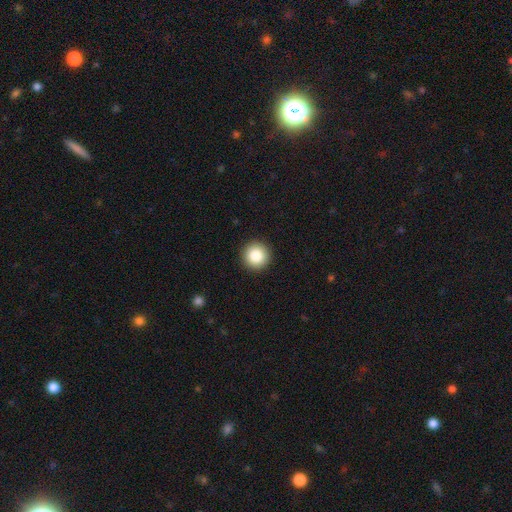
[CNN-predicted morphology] Smooth or featured: smooth — 86% (star or artifact — 9%)
How rounded: round — 96% (in between — 3%)
Merging: none — 93% (minor disturbance — 5%)